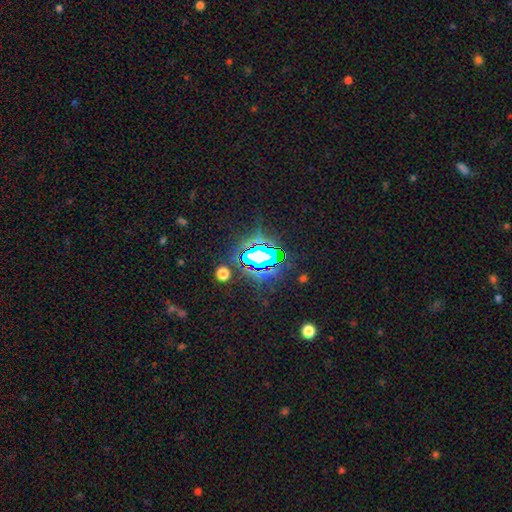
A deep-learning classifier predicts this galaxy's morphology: Smooth or featured? Predicted: star or artifact (p=0.73).